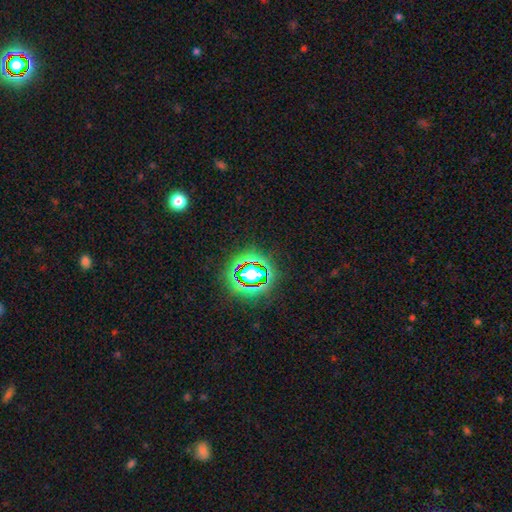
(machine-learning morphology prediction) Overall: star or artifact (80%).